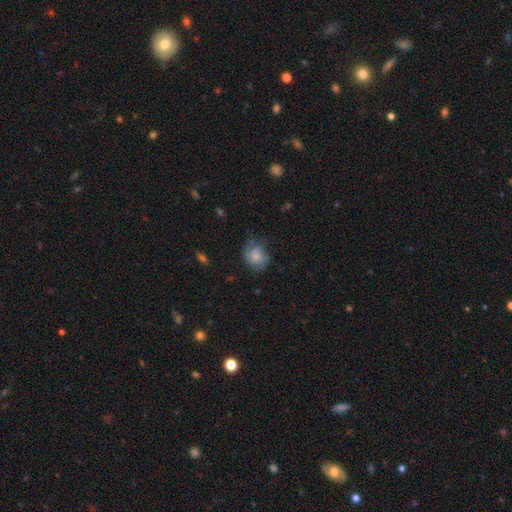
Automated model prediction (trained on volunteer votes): Overall: smooth (66%). How rounded: round (64%; in between 35%). Merging: none (54%; minor disturbance 29%).